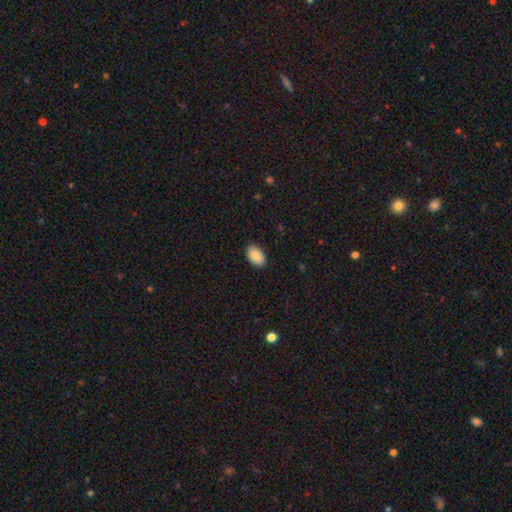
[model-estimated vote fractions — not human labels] Overall: smooth (90%). How rounded: in between (94%). Merging: none (89%).